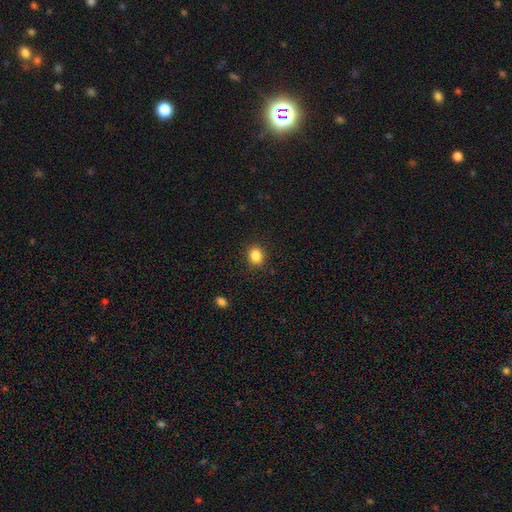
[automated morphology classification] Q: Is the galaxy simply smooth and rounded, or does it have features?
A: smooth — 86%.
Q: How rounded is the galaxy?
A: round — 55%.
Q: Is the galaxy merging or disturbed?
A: none — 90%.